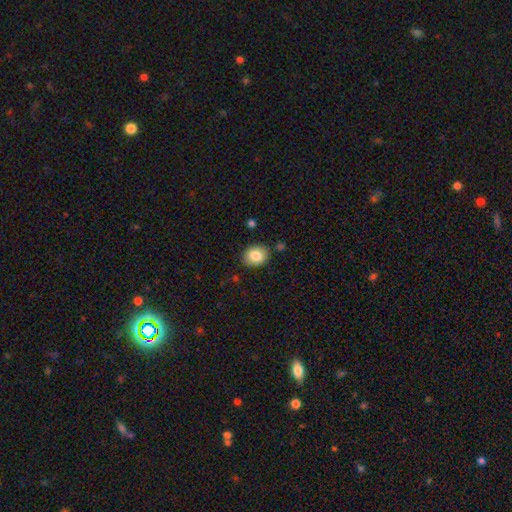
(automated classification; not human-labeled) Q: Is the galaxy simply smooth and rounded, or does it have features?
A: smooth — 84%.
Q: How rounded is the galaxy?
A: in between — 54%.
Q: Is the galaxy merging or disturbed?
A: none — 83%.